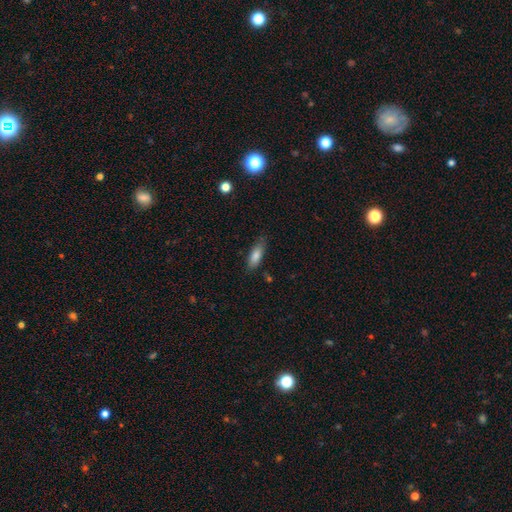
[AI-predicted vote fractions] Smooth or featured?
  - smooth: 80% *
  - featured or disk: 13%
  - star or artifact: 7%
How rounded?
  - in between: 65% *
  - cigar-shaped: 33%
  - round: 2%
Merging?
  - none: 78% *
  - minor disturbance: 17%
  - major disturbance: 4%
  - merger: 2%